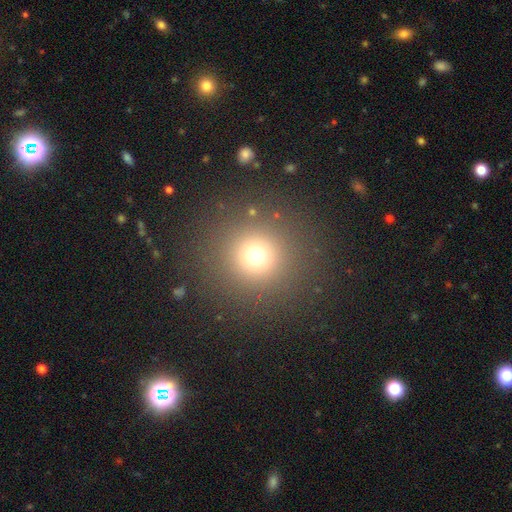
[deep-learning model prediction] This appears to be a smooth galaxy with no disk features (69%) that is round (94%). Merging: none (87%).